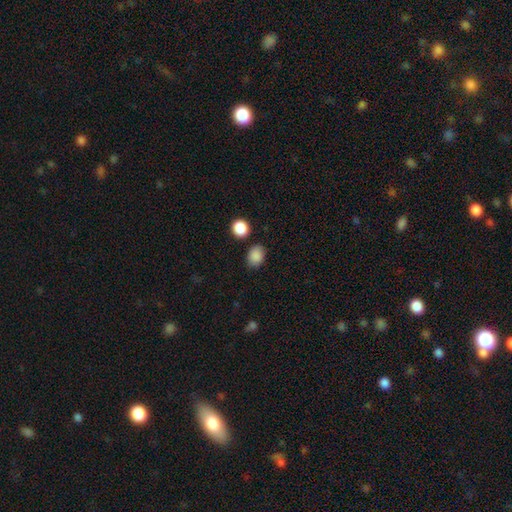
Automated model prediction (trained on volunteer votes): A smooth galaxy with no disk features (88%) that is in between round and cigar-shaped (62%). Merging: none (79%).